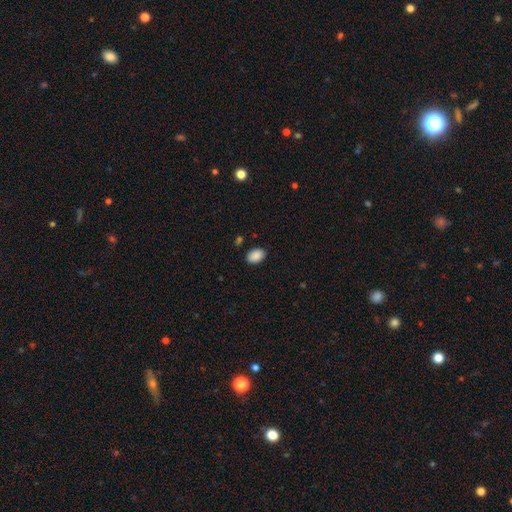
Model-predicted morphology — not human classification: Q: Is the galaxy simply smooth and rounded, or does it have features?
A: smooth — 89%.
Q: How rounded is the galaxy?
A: in between — 85%.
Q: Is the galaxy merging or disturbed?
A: none — 87%.